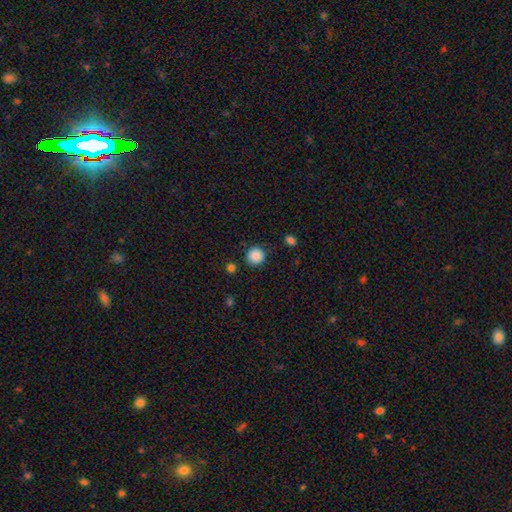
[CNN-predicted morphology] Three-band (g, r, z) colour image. It shows a smooth galaxy with no disk features (87%) that is round (93%). Merging: none (83%).